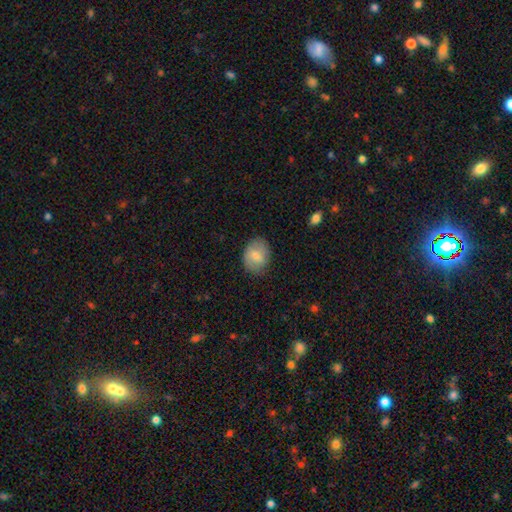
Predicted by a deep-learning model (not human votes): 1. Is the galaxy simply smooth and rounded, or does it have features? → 73% smooth, 20% featured or disk, 7% star or artifact.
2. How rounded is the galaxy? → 53% in between, 46% round, 1% cigar-shaped.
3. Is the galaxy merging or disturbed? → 79% none, 16% minor disturbance, 4% major disturbance, 1% merger.